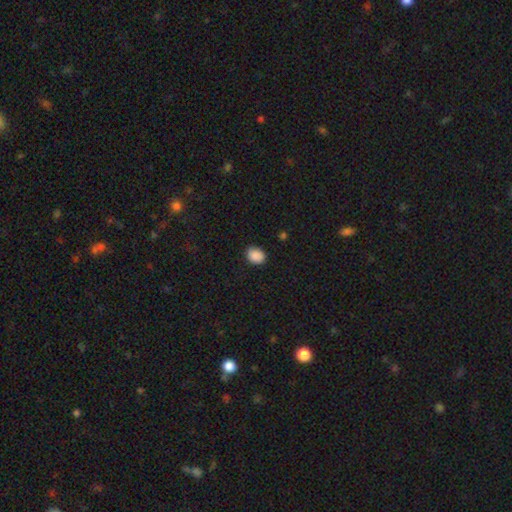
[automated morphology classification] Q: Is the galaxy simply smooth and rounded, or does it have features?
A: smooth — 89%.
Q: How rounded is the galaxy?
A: in between — 57%.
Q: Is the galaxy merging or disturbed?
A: none — 86%.